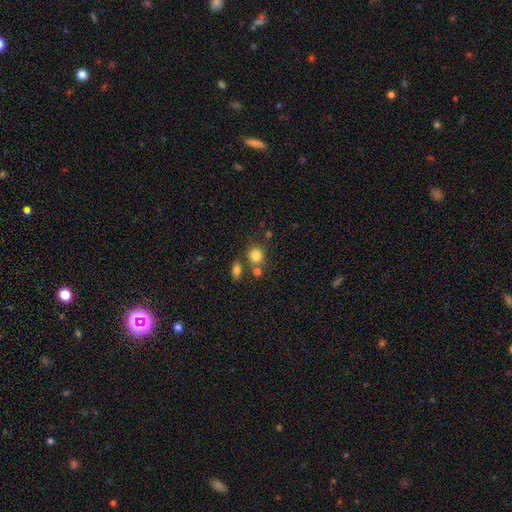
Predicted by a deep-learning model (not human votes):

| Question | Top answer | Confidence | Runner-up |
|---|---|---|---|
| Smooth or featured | smooth | 82% | star or artifact (11%) |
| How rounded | round | 81% | in between (18%) |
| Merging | none | 67% | merger (19%) |